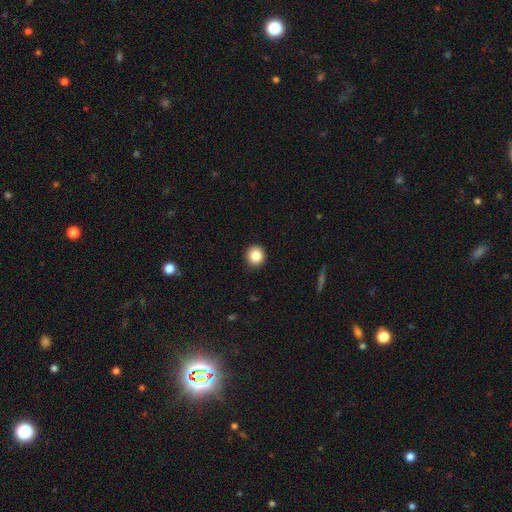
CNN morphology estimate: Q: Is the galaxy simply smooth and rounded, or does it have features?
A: smooth — 84%.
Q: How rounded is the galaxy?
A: round — 91%.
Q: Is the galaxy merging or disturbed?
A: none — 91%.